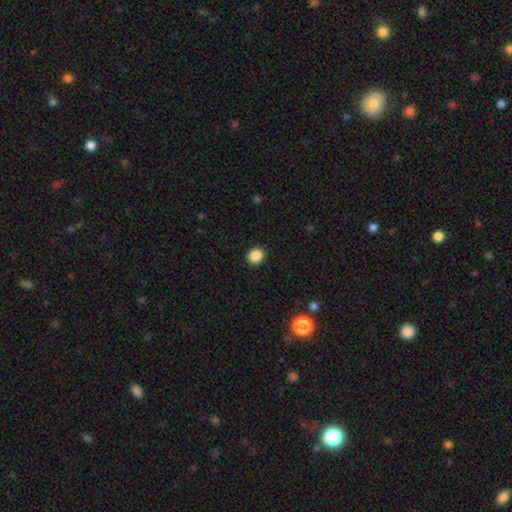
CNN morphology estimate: The model was most divided on "how rounded": round: 70%, in between: 29%, cigar-shaped: 1%. More confident: merging — none (92%); smooth or featured — smooth (88%).